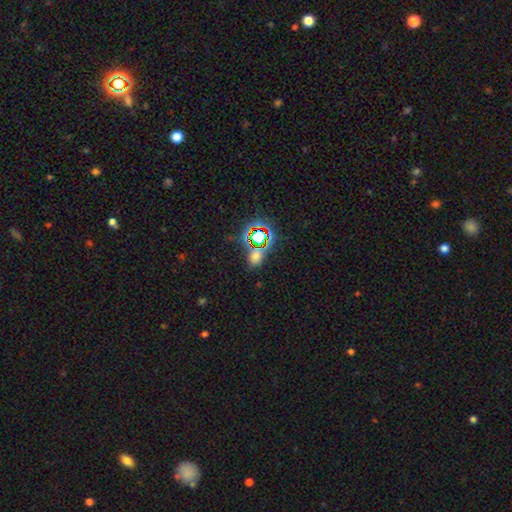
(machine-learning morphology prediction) smooth-or-featured: star or artifact: 47% | smooth: 44% | featured or disk: 9%